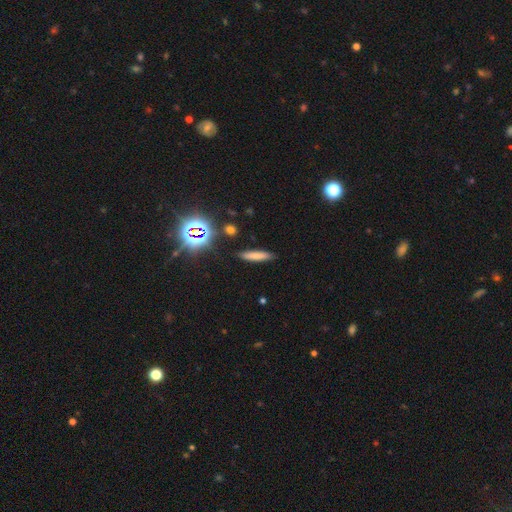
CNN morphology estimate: A smooth galaxy with no disk features (70%) that is cigar-shaped (85%).

Vote fractions:
- Smooth or featured? smooth: 70% / star or artifact: 15% / featured or disk: 15%
- How rounded? cigar-shaped: 85% / in between: 13% / round: 3%
- Merging? none: 87% / minor disturbance: 8% / major disturbance: 2% / merger: 2%